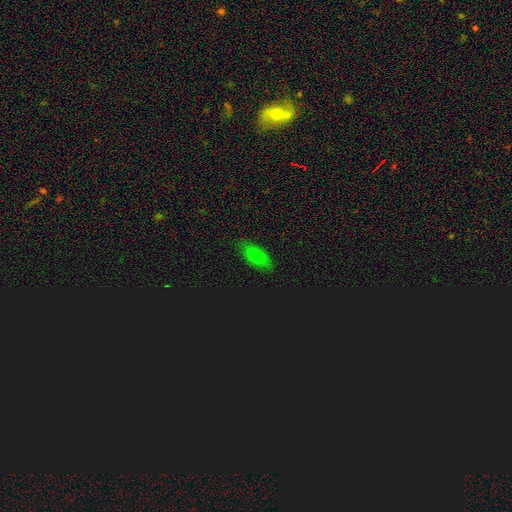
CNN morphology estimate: Smooth or featured? smooth (70%)
How rounded? in between (85%)
Merging? none (83%)